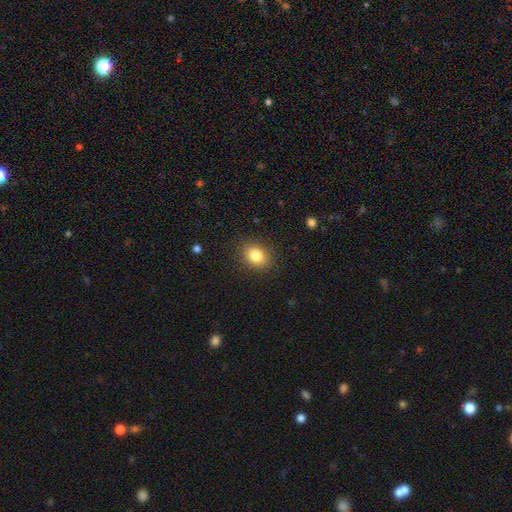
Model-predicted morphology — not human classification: Smooth or featured? smooth (83%)
How rounded? in between (53%)
Merging? none (88%)